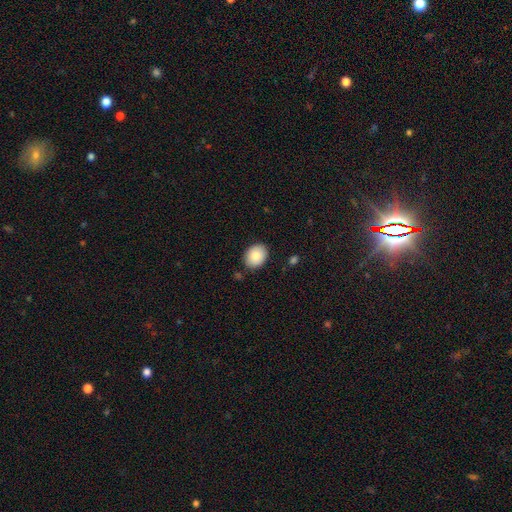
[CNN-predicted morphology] A smooth galaxy with no disk features (82%) that is in between round and cigar-shaped (63%). Merging: none (86%).